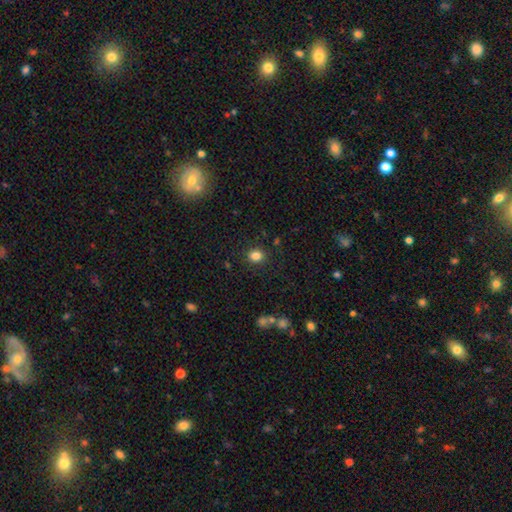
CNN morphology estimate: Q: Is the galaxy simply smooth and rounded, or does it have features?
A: smooth — 84%.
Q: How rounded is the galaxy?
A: round — 76%.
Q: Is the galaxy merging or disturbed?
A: none — 88%.